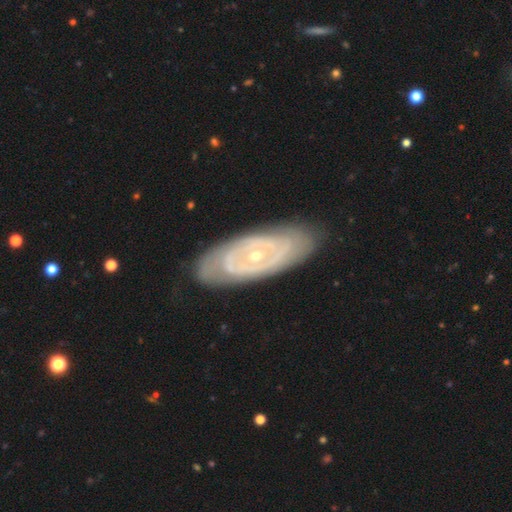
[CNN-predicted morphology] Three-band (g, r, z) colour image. It shows a featured or disk galaxy (80%) with no bar (73%), spiral arms (60%) and a small central bulge (72%). Merging: none (83%).